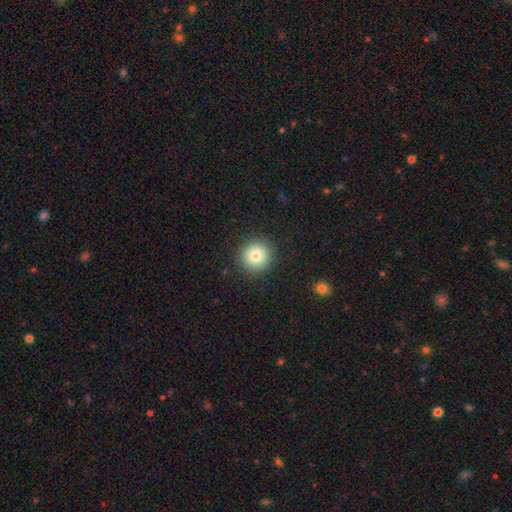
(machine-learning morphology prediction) Overall: smooth (80%). How rounded: round (95%). Merging: none (91%).